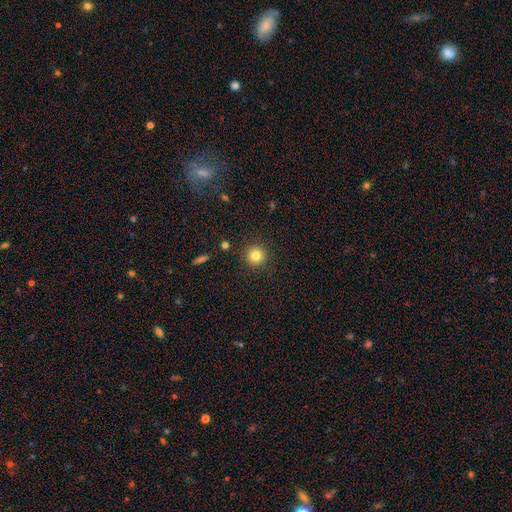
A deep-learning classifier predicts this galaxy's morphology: Smooth or featured: smooth — 82% (star or artifact — 12%)
How rounded: round — 95% (in between — 4%)
Merging: none — 90% (minor disturbance — 6%)